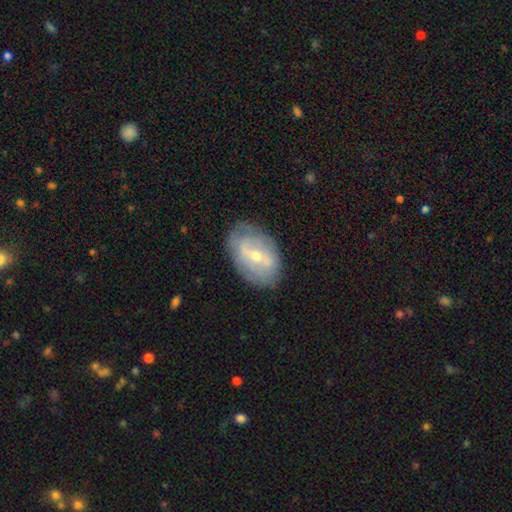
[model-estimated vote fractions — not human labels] A featured or disk galaxy (64%) with a weak bar (44%), spiral arms (52%) and a small central bulge (54%).

Vote fractions:
- Smooth or featured? featured or disk: 64% / smooth: 28% / star or artifact: 7%
- Edge-on disk? no: 93% / yes: 7%
- Bar? weak: 44% / strong: 30% / no: 26%
- Spiral arms? yes: 52% / no: 48%
- Bulge size? small: 54% / moderate: 43% / large: 1% / none: 1% / dominant: 1%
- Merging? none: 76% / minor disturbance: 17% / major disturbance: 5% / merger: 1%